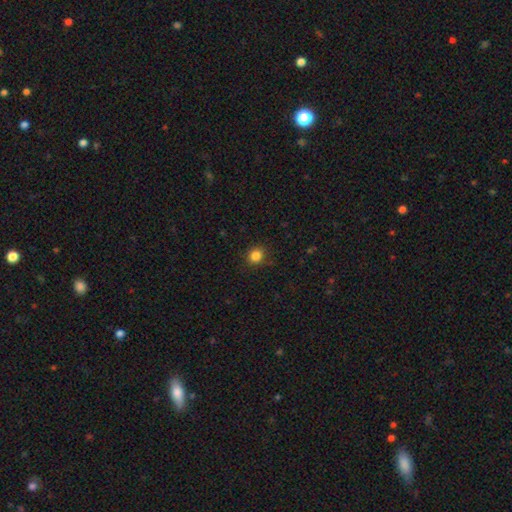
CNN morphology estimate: This appears to be a smooth galaxy with no disk features (85%) that is round (80%). Merging: none (88%).